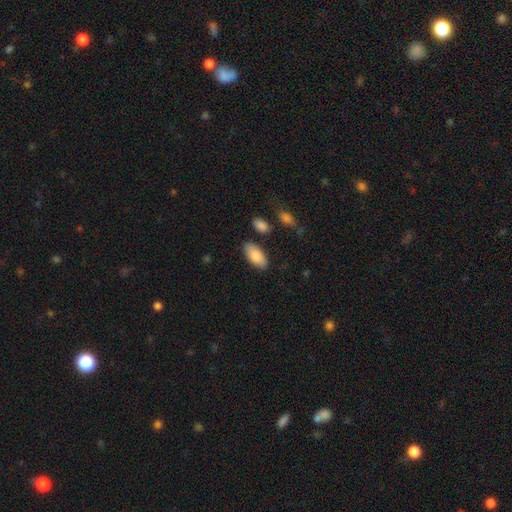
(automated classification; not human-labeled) Smooth or featured: smooth — 85% (featured or disk — 9%)
How rounded: in between — 93% (cigar-shaped — 5%)
Merging: none — 82% (minor disturbance — 12%)